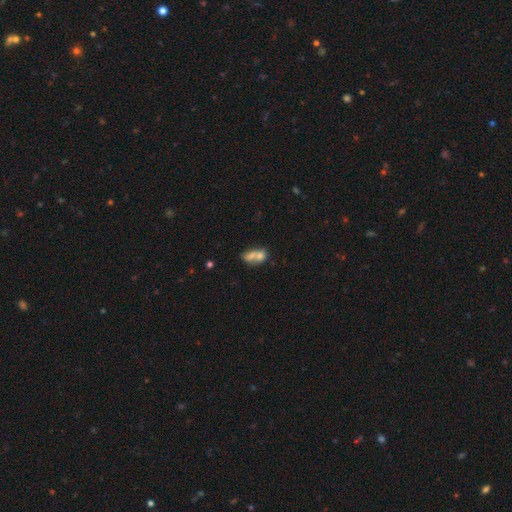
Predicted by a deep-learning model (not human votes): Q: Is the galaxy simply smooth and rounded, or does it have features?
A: smooth — 67%.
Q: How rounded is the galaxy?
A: in between — 69%.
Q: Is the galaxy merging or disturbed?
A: merger — 66%.